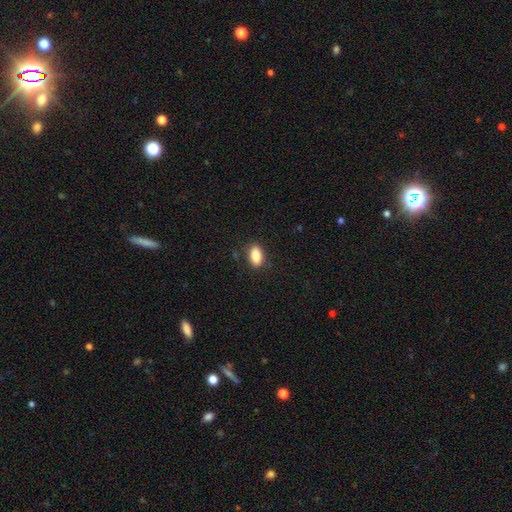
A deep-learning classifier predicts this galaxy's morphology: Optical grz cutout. It shows a smooth galaxy with no disk features (86%) that is in between round and cigar-shaped (90%). Merging: none (86%).